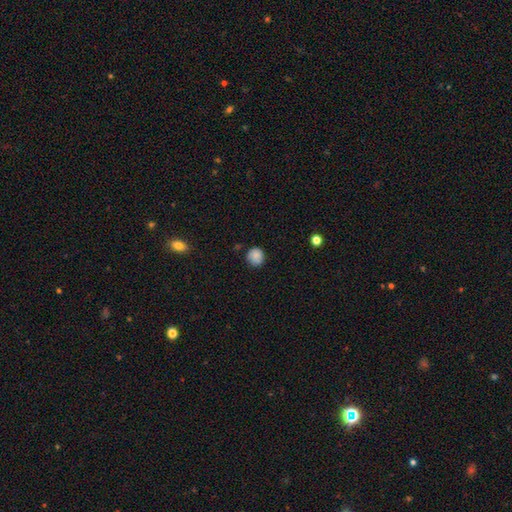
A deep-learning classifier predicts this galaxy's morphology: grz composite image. It shows a smooth galaxy with no disk features (85%) that is round (88%). Merging: none (77%).